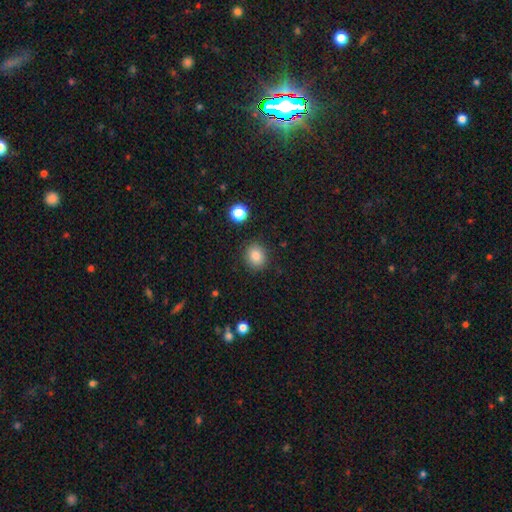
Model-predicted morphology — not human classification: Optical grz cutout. It shows a smooth galaxy with no disk features (85%) that is round (74%). Merging: none (87%).